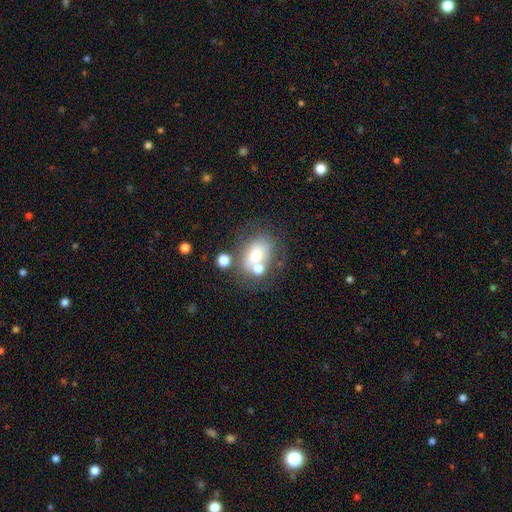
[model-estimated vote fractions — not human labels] Smooth or featured? Predicted: smooth (p=0.63). How rounded? Predicted: in between (p=0.65). Merging? Predicted: none (p=0.49).